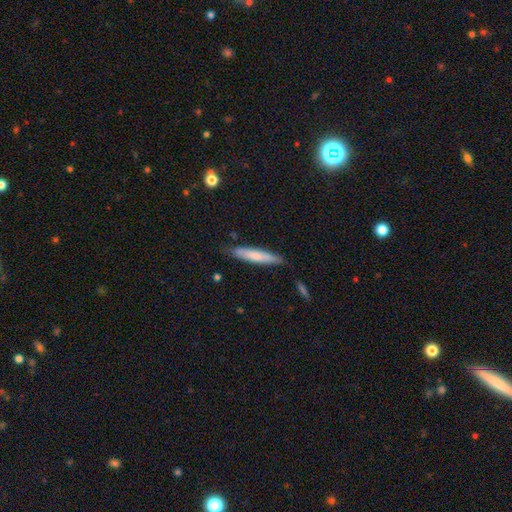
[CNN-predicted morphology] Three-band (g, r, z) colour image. It shows a smooth galaxy with no disk features (72%) that is cigar-shaped (88%). Merging: none (82%).